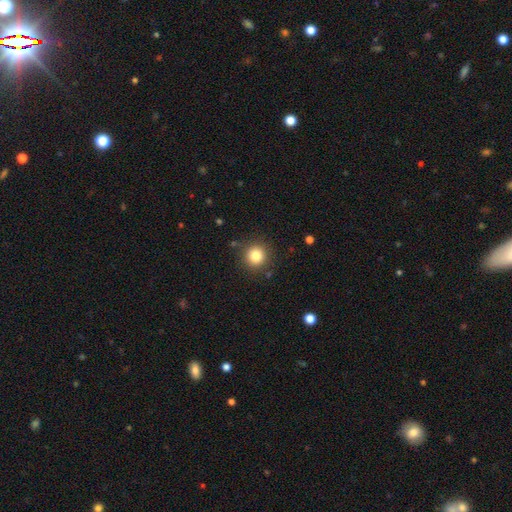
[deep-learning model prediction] Overall: smooth (82%). How rounded: round (94%). Merging: none (88%).